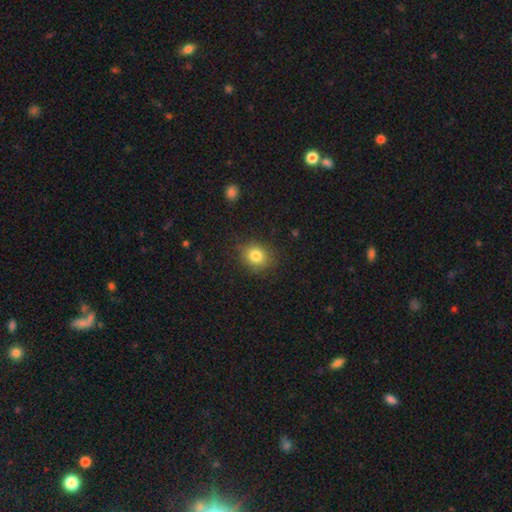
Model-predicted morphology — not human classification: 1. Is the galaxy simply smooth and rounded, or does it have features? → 82% smooth, 11% star or artifact, 7% featured or disk.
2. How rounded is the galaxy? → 72% round, 27% in between, 1% cigar-shaped.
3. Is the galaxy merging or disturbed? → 83% none, 12% minor disturbance, 3% major disturbance, 1% merger.